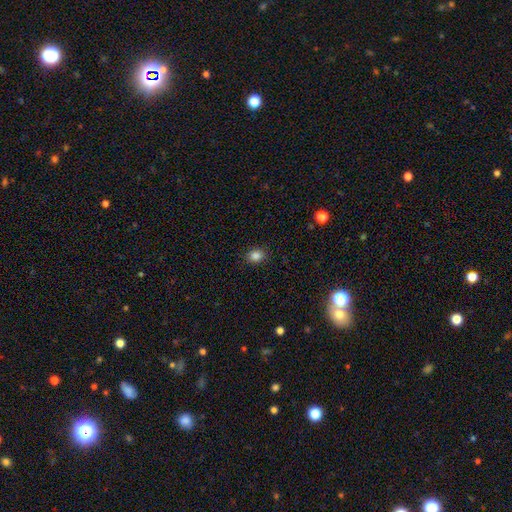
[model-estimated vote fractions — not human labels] Smooth or featured? Predicted: smooth (p=0.84). How rounded? Predicted: round (p=0.57). Merging? Predicted: none (p=0.89).